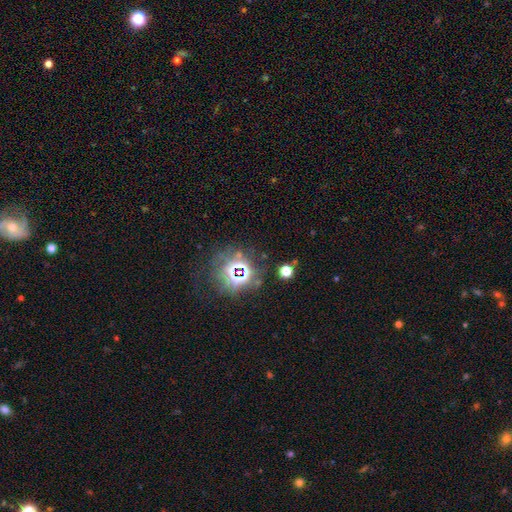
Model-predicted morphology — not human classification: Q: Smooth or featured?
A: star or artifact (80%); runner-up: smooth (11%)